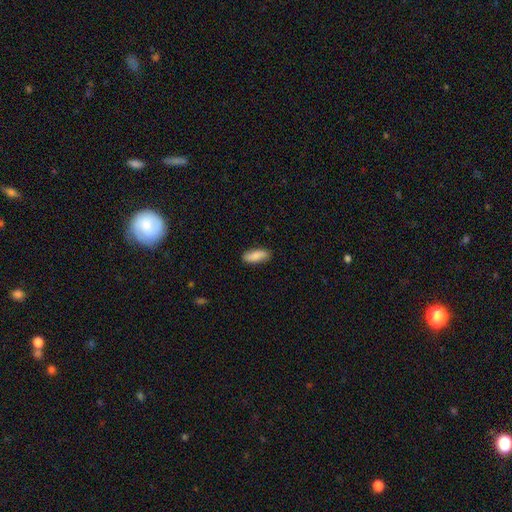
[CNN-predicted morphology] Smooth or featured? smooth (83%)
How rounded? in between (76%)
Merging? none (86%)